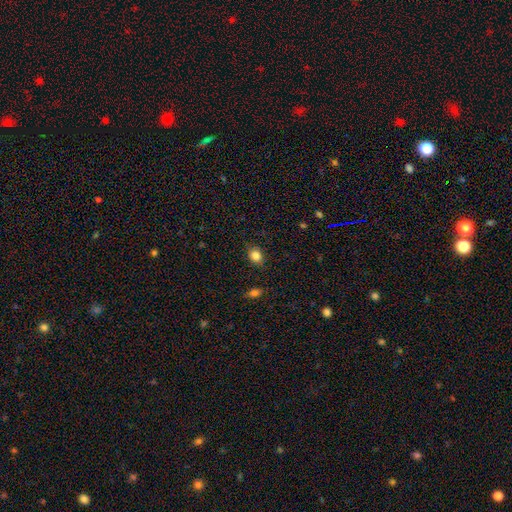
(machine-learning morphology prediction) smooth-or-featured: smooth: 84% | star or artifact: 10% | featured or disk: 5%
  how-rounded: in between: 50% | round: 48% | cigar-shaped: 1%
  merging: none: 85% | minor disturbance: 11% | major disturbance: 3% | merger: 1%